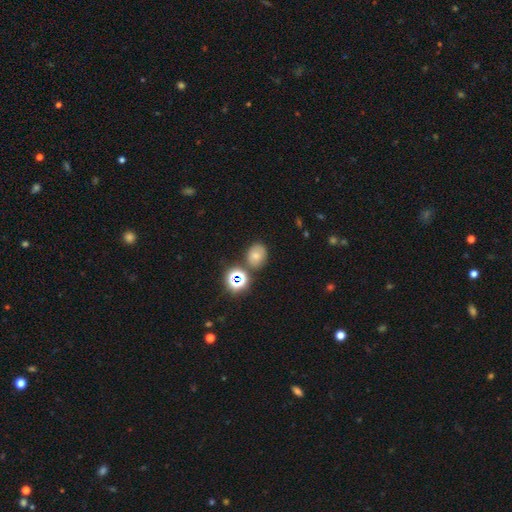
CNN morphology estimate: This is likely a smooth galaxy (65%). How rounded: possibly round (53%). Merging: likely none (73%).